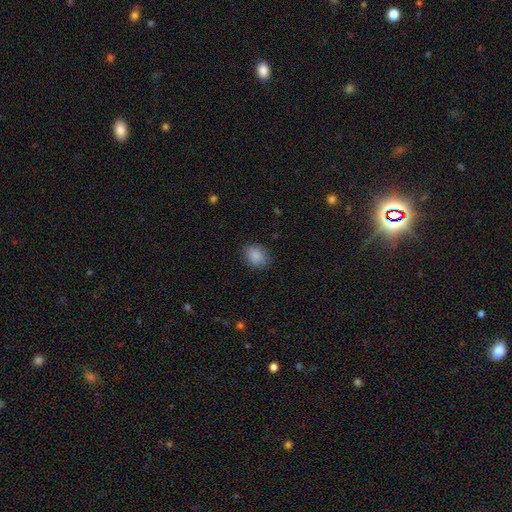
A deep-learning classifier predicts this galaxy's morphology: Overall: smooth (87%). How rounded: round (55%; in between 44%). Merging: none (83%).